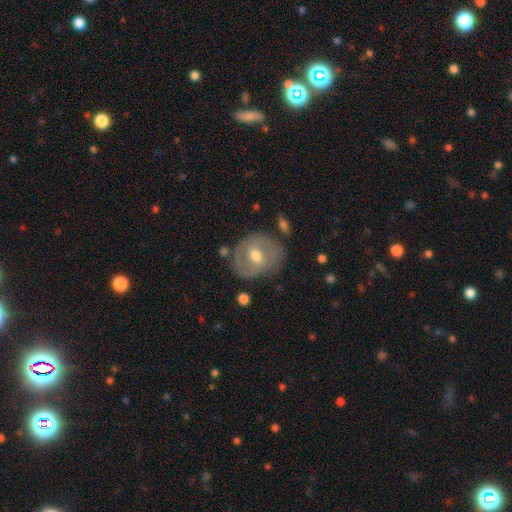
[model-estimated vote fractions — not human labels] Q: Smooth or featured?
A: featured or disk (61%); runner-up: smooth (32%)
Q: Edge-on disk?
A: no (94%); runner-up: yes (6%)
Q: Bar?
A: weak (46%); runner-up: no (33%)
Q: Spiral arms?
A: no (53%); runner-up: yes (47%)
Q: Bulge size?
A: moderate (75%); runner-up: small (18%)
Q: Merging?
A: none (75%); runner-up: minor disturbance (16%)